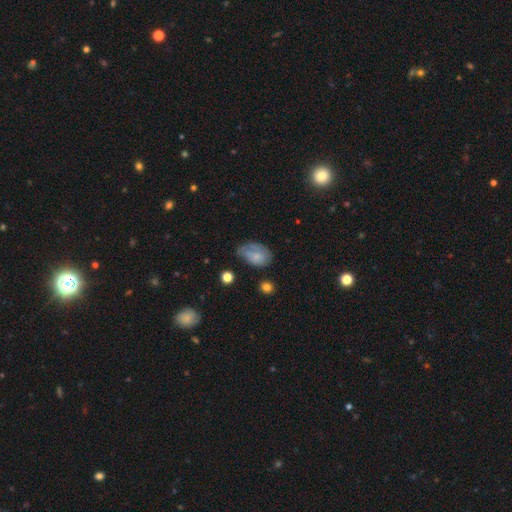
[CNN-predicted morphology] Smooth or featured? smooth (64%)
How rounded? in between (84%)
Merging? minor disturbance (37%)